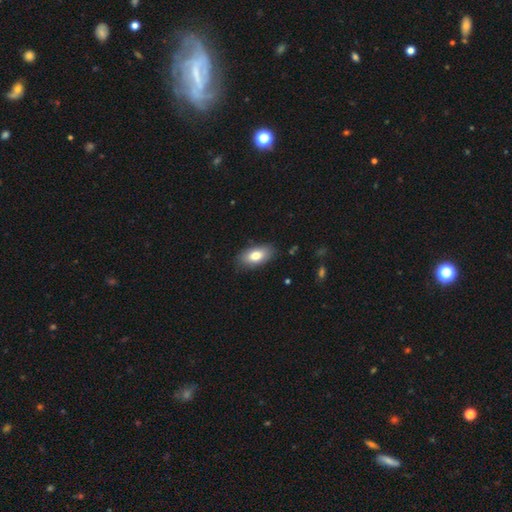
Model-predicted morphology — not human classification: A smooth galaxy with no disk features (79%) that is in between round and cigar-shaped (91%). Merging: none (84%).